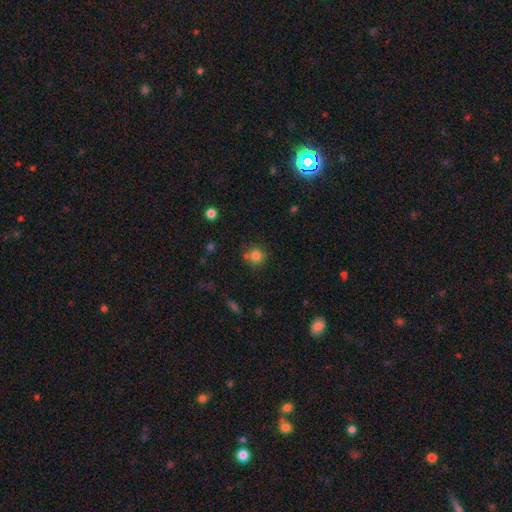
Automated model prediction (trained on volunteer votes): smooth 81%, star or artifact 12%, featured or disk 7%. Down the decision tree: how rounded — round (90%); merging — none (71%).